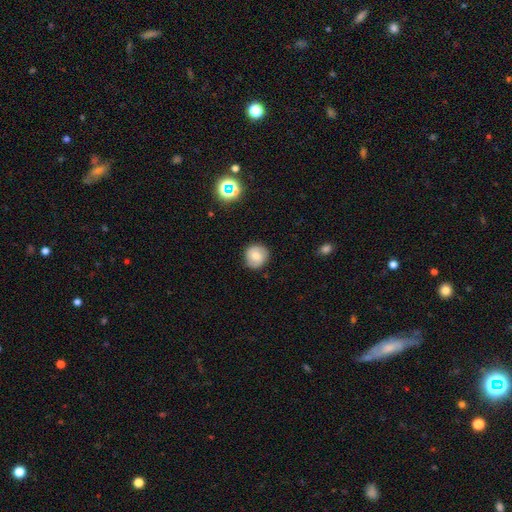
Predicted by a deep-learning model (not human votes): Q: Smooth or featured?
A: smooth (68%); runner-up: featured or disk (23%)
Q: How rounded?
A: round (91%); runner-up: in between (8%)
Q: Merging?
A: none (87%); runner-up: minor disturbance (10%)